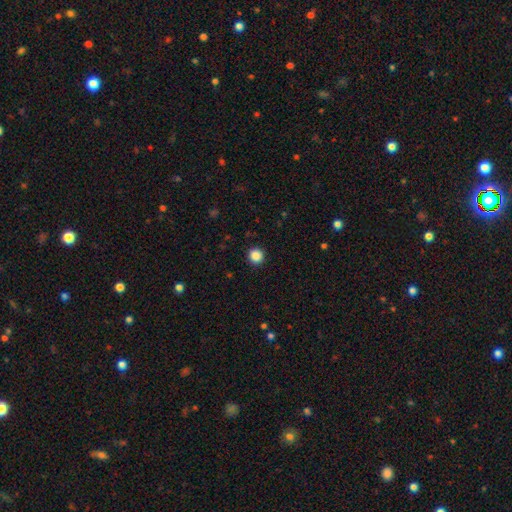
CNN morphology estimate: Smooth or featured?
  - smooth: 87% *
  - star or artifact: 10%
  - featured or disk: 3%
How rounded?
  - round: 94% *
  - in between: 5%
  - cigar-shaped: 1%
Merging?
  - none: 92% *
  - minor disturbance: 5%
  - major disturbance: 2%
  - merger: 1%